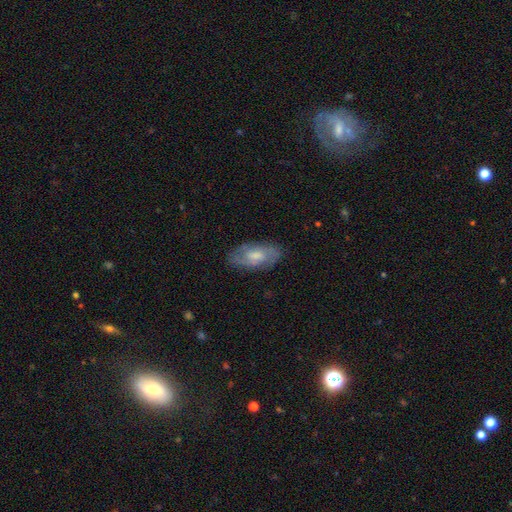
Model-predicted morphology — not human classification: Q: Smooth or featured?
A: featured or disk (55%); runner-up: smooth (39%)
Q: Edge-on disk?
A: no (92%); runner-up: yes (8%)
Q: Bar?
A: no (51%); runner-up: weak (42%)
Q: Spiral arms?
A: yes (79%); runner-up: no (21%)
Q: Bulge size?
A: moderate (46%); runner-up: small (29%)
Q: Merging?
A: none (77%); runner-up: minor disturbance (17%)